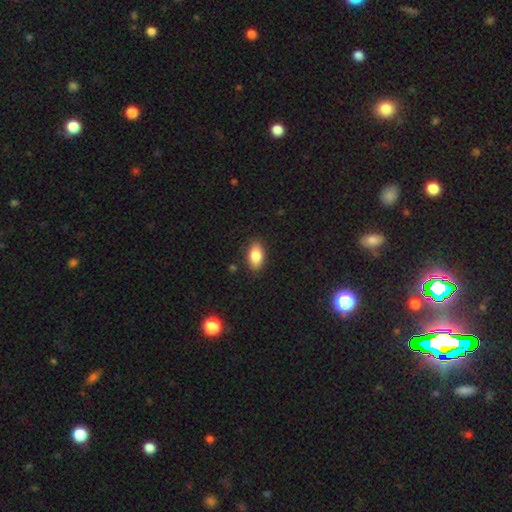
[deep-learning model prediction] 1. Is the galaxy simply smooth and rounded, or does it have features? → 85% smooth, 7% featured or disk, 7% star or artifact.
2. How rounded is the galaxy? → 91% in between, 5% round, 4% cigar-shaped.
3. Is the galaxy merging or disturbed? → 87% none, 9% minor disturbance, 2% major disturbance, 1% merger.